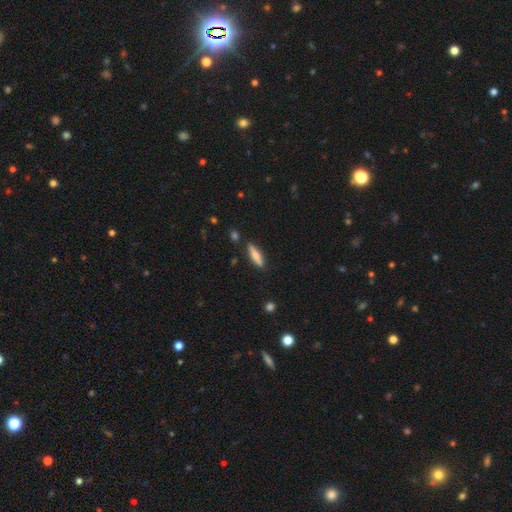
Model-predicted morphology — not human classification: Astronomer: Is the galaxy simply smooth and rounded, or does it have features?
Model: smooth — 71%.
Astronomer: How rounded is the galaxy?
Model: cigar-shaped — 72%.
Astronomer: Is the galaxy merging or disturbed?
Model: none — 85%.